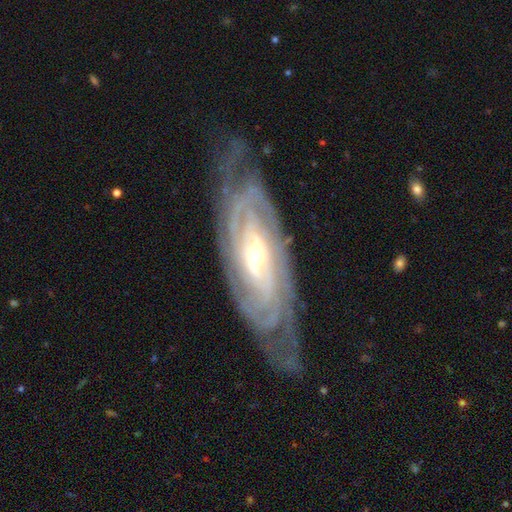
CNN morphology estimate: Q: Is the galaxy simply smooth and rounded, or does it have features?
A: featured or disk — 89%.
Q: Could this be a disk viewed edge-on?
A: no — 88%.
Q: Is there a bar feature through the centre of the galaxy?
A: no — 46%.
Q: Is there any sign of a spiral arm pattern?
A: yes — 97%.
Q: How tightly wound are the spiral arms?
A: tight — 79%.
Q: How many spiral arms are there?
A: can't tell — 33%.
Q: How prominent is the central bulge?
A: moderate — 54%.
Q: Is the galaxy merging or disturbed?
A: none — 74%.